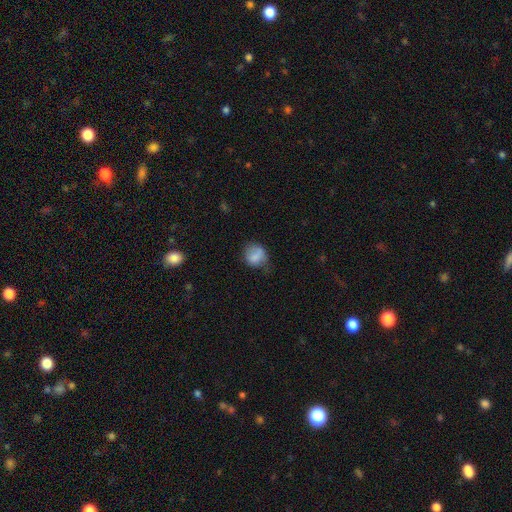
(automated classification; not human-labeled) This is likely a smooth galaxy (77%). How rounded: likely round (66%). Merging: possibly none (51%).